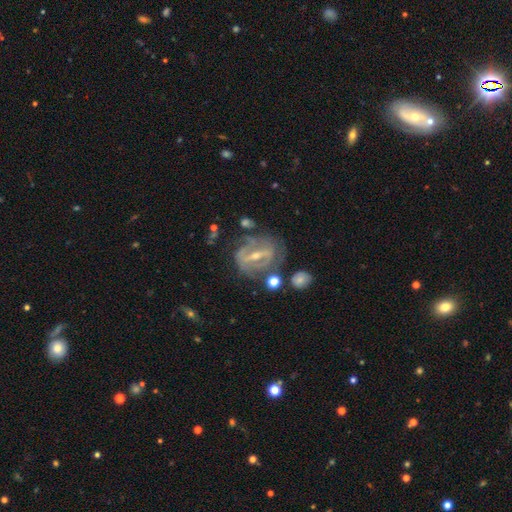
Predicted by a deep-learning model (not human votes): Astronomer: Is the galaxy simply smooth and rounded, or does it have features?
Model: featured or disk — 81%.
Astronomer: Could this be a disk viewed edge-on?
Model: no — 91%.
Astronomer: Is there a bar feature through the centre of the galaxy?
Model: strong — 68%.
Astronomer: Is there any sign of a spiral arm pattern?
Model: yes — 68%.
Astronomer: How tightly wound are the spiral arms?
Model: tight — 52% (runner-up: medium, 33%).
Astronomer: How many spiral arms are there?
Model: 2 — 47% (runner-up: can't tell, 35%).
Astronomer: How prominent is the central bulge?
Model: small — 55% (runner-up: moderate, 41%).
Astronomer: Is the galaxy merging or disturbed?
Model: none — 60%.